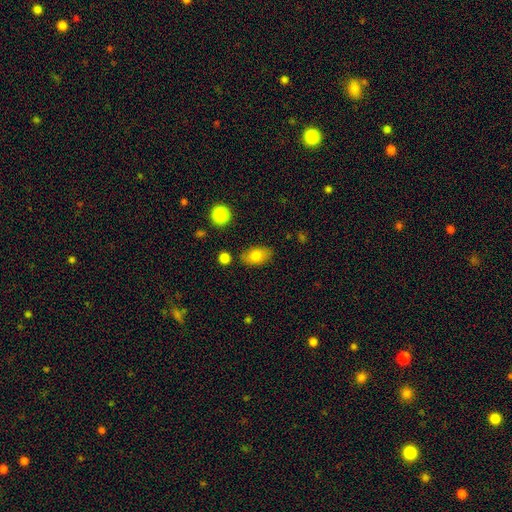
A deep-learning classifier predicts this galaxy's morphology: A smooth galaxy with no disk features (78%) that is in between round and cigar-shaped (87%). Merging: none (79%).